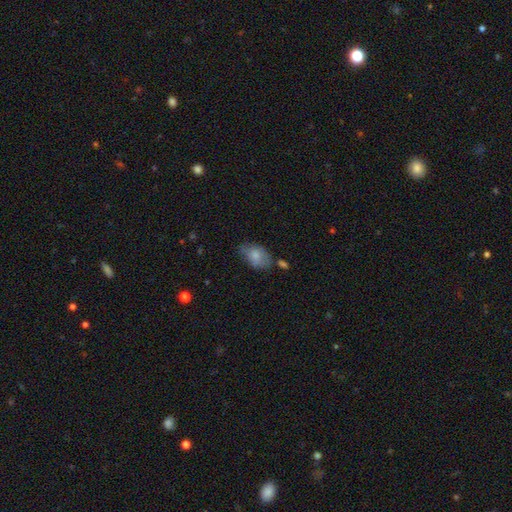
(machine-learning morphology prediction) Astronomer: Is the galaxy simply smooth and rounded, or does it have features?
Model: smooth — 77%.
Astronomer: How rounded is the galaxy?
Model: in between — 88%.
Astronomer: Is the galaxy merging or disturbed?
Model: none — 50% (runner-up: minor disturbance, 31%).